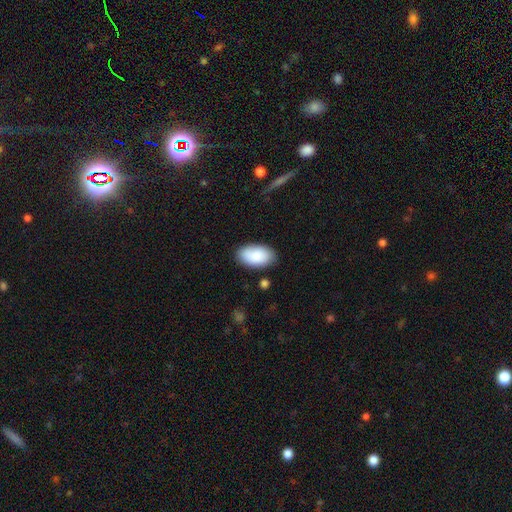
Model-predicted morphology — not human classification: Q: Smooth or featured?
A: smooth (88%); runner-up: featured or disk (6%)
Q: How rounded?
A: in between (95%); runner-up: round (3%)
Q: Merging?
A: none (82%); runner-up: minor disturbance (13%)